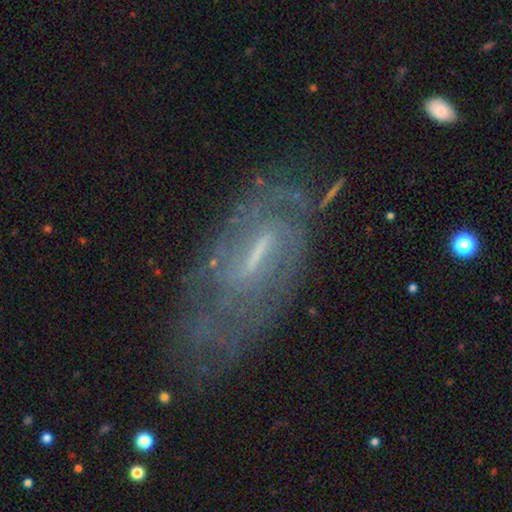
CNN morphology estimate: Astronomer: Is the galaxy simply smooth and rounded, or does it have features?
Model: featured or disk — 75%.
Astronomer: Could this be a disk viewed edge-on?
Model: no — 87%.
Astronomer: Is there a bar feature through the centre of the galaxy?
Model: weak — 50% (runner-up: strong, 30%).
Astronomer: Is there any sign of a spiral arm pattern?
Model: yes — 78%.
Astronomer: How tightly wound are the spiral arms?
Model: tight — 54% (runner-up: medium, 34%).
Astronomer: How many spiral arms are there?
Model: can't tell — 57%.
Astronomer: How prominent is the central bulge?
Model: small — 45% (runner-up: moderate, 31%).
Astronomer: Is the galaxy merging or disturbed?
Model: none — 65%.